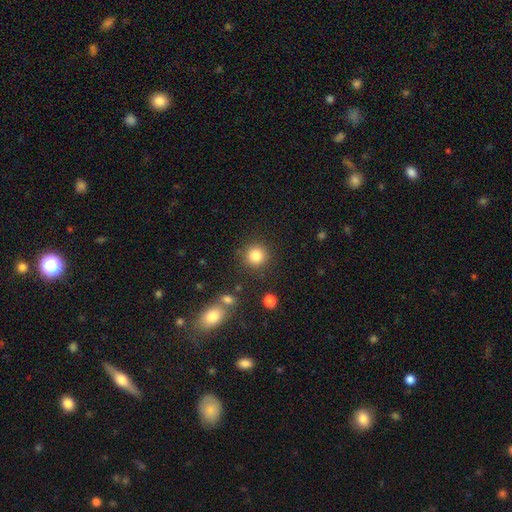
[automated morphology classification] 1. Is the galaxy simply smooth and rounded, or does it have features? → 83% smooth, 11% star or artifact, 6% featured or disk.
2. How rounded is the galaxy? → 93% round, 6% in between, 1% cigar-shaped.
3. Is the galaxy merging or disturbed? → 87% none, 7% minor disturbance, 3% merger, 3% major disturbance.